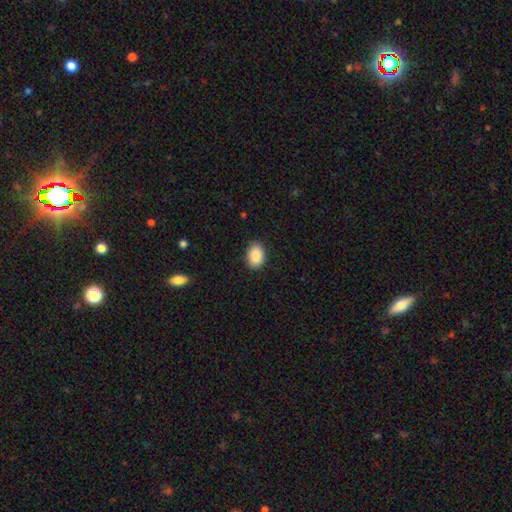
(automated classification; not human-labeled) Smooth or featured: smooth — 89% (star or artifact — 7%)
How rounded: in between — 84% (round — 15%)
Merging: none — 87% (minor disturbance — 10%)